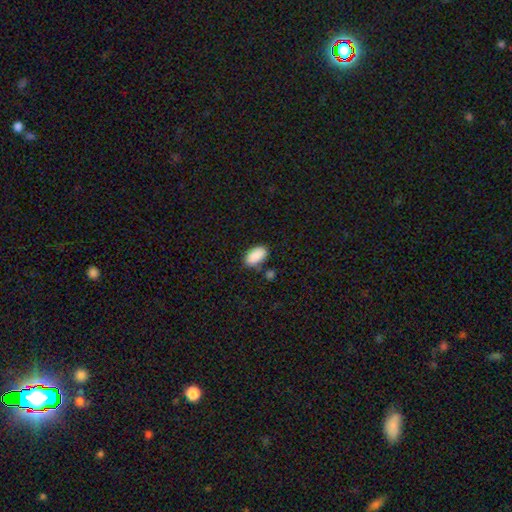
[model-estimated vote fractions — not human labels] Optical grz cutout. It shows a smooth galaxy with no disk features (90%) that is in between round and cigar-shaped (95%). Merging: none (78%).